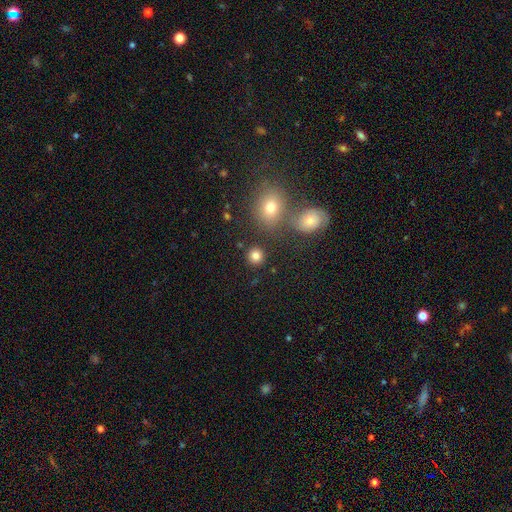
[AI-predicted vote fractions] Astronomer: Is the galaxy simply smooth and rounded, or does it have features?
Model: smooth — 82%.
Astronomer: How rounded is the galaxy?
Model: round — 90%.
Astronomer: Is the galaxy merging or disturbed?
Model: none — 85%.